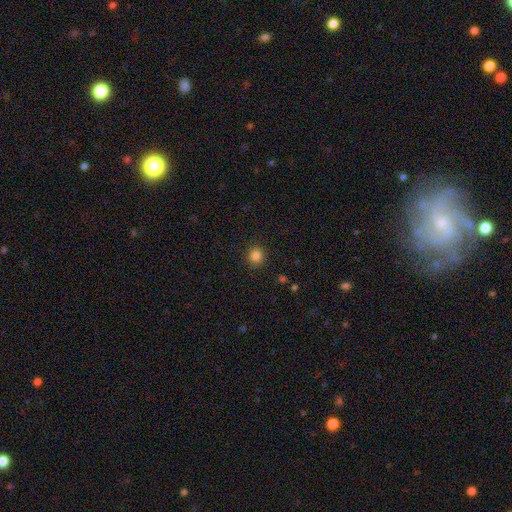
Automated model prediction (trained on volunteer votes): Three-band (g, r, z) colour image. It shows a smooth galaxy with no disk features (84%) that is round (90%). Merging: none (90%).